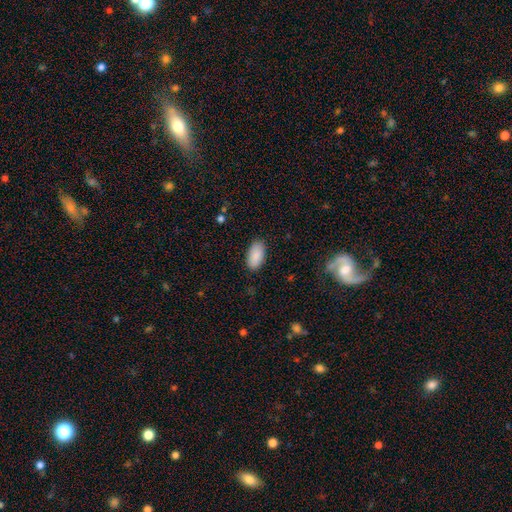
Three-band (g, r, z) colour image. It shows a smooth galaxy with no disk features (88%) that is in between round and cigar-shaped (100%). Merging: none (100%).